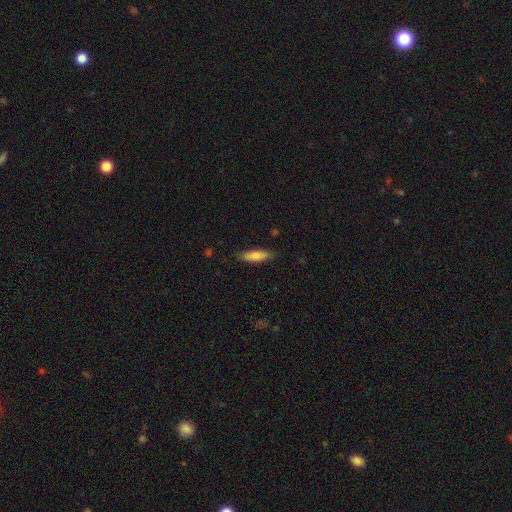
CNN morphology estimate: Smooth or featured? Predicted: smooth (p=0.80). How rounded? Predicted: cigar-shaped (p=0.65). Merging? Predicted: none (p=0.84).